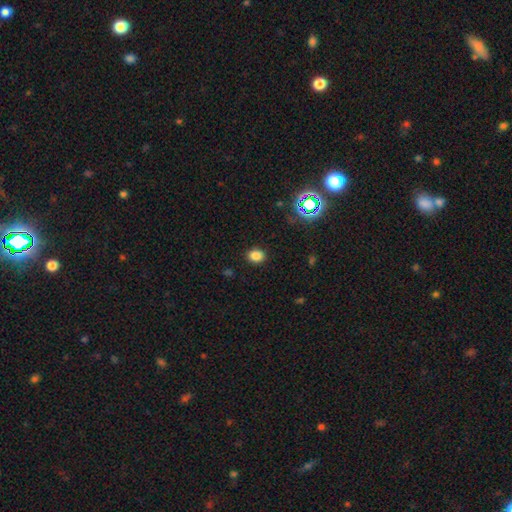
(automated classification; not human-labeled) Smooth or featured? smooth (81%)
How rounded? round (54%)
Merging? none (89%)